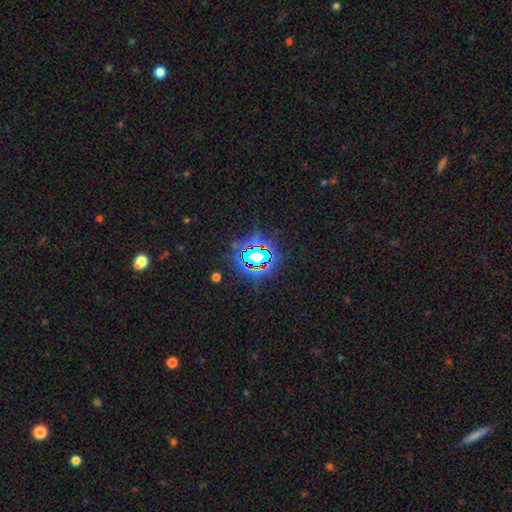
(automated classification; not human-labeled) Smooth or featured? star or artifact (73%)